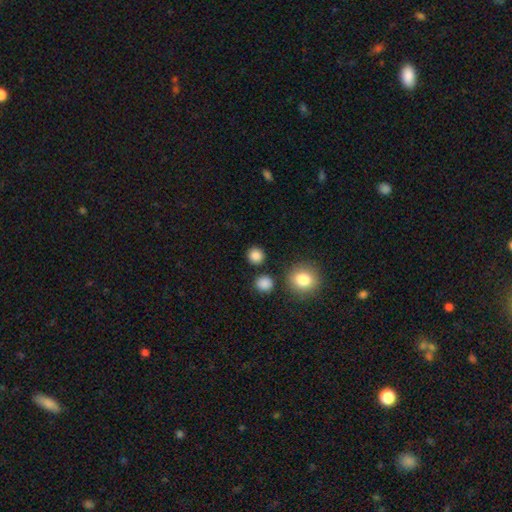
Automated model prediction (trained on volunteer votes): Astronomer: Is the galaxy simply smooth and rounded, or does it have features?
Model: smooth — 85%.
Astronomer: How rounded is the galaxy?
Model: round — 91%.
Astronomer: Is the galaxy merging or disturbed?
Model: none — 87%.